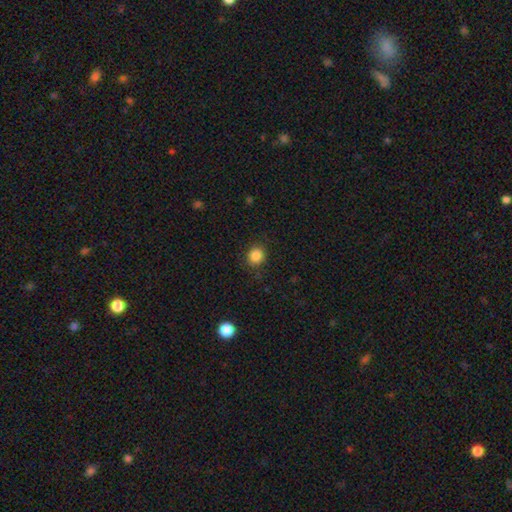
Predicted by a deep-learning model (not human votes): This appears to be a smooth galaxy with no disk features (86%) that is round (83%). Merging: none (87%).